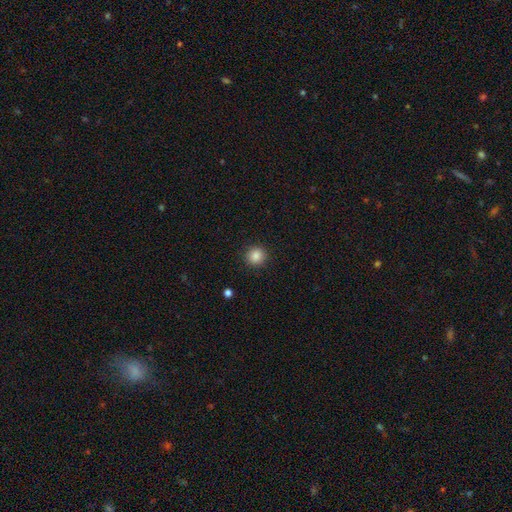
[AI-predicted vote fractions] This is clearly a smooth galaxy (86%). How rounded: clearly round (92%). Merging: clearly none (91%).